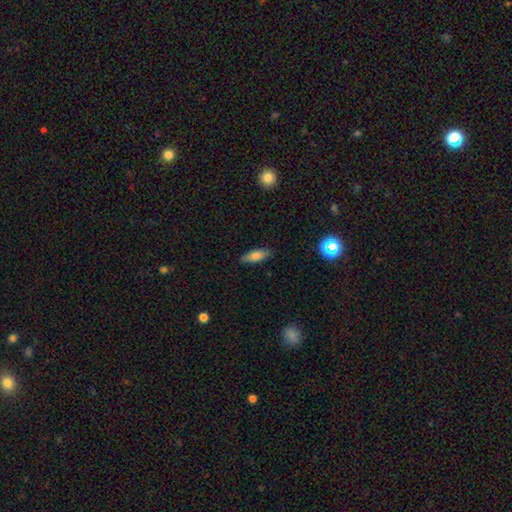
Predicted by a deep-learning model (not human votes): smooth-or-featured: smooth: 77% | featured or disk: 15% | star or artifact: 8%
  how-rounded: in between: 64% | cigar-shaped: 33% | round: 3%
  merging: none: 86% | minor disturbance: 11% | major disturbance: 2% | merger: 1%